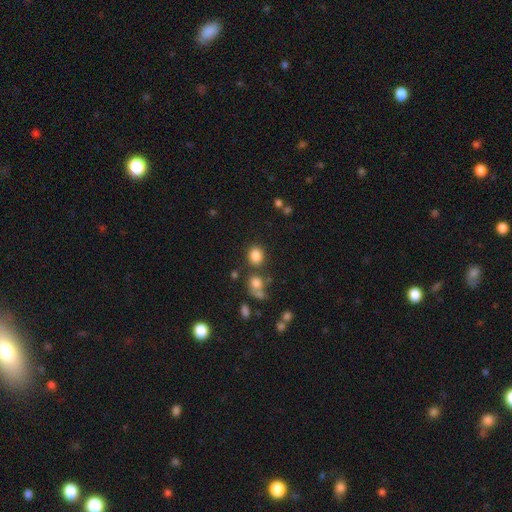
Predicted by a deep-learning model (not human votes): Overall: smooth (83%). How rounded: round (60%; in between 39%). Merging: none (76%).